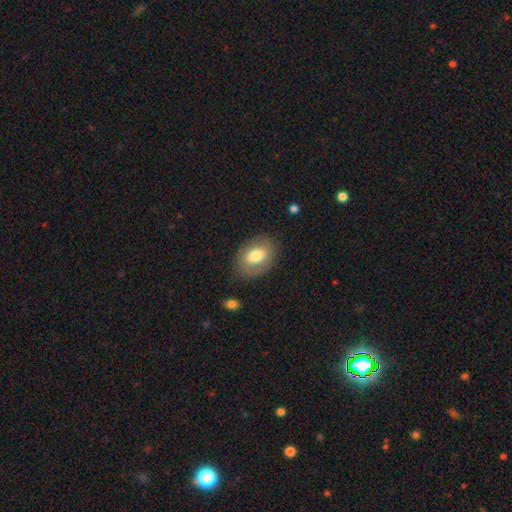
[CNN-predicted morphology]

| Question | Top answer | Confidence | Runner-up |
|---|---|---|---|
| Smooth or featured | smooth | 68% | featured or disk (25%) |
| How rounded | in between | 79% | round (20%) |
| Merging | none | 80% | minor disturbance (13%) |